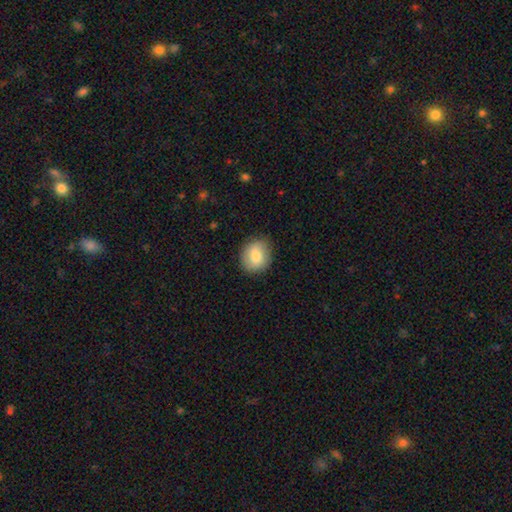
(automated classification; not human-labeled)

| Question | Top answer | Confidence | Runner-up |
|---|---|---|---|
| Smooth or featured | smooth | 79% | featured or disk (14%) |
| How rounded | round | 68% | in between (31%) |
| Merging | none | 86% | minor disturbance (10%) |